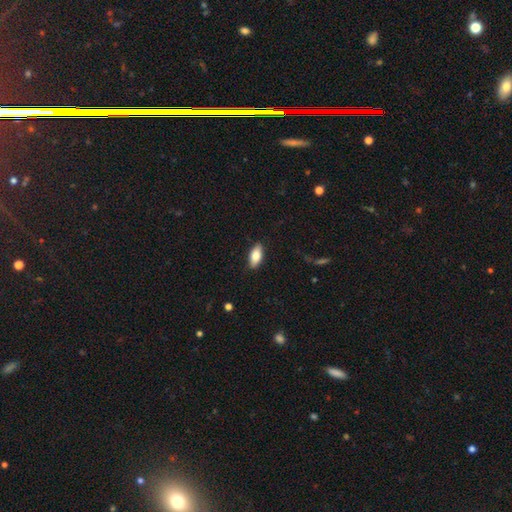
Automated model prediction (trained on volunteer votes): smooth-or-featured: smooth: 79% | featured or disk: 14% | star or artifact: 6%
  how-rounded: in between: 87% | cigar-shaped: 11% | round: 3%
  merging: none: 86% | minor disturbance: 11% | major disturbance: 2% | merger: 1%